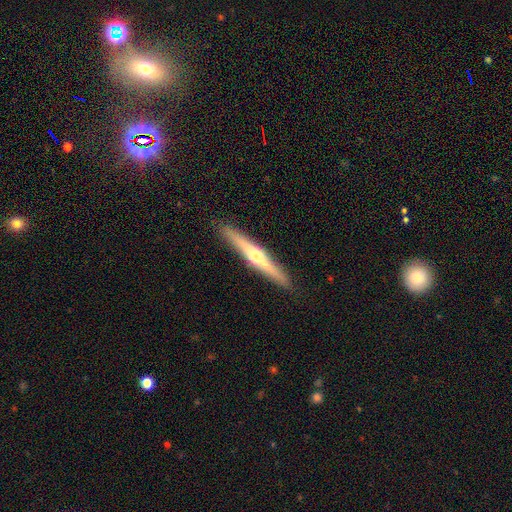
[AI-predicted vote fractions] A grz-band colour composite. It shows a featured or disk galaxy (66%) viewed edge-on (97%) with a rounded central bulge (88%). Merging: none (91%).